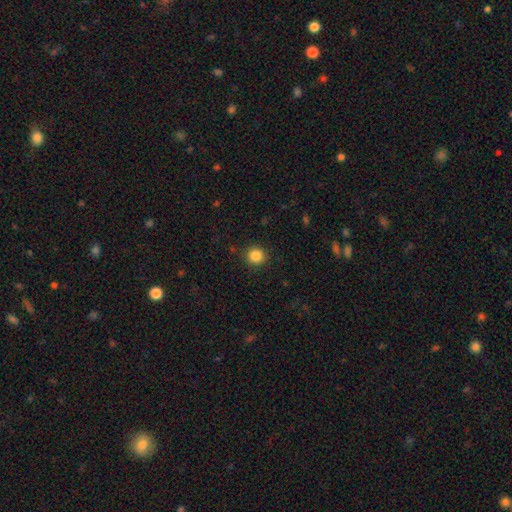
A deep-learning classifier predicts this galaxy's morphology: A smooth galaxy with no disk features (85%) that is round (92%).

Vote fractions:
- Smooth or featured? smooth: 85% / star or artifact: 11% / featured or disk: 4%
- How rounded? round: 92% / in between: 7% / cigar-shaped: 1%
- Merging? none: 90% / minor disturbance: 6% / major disturbance: 2% / merger: 1%